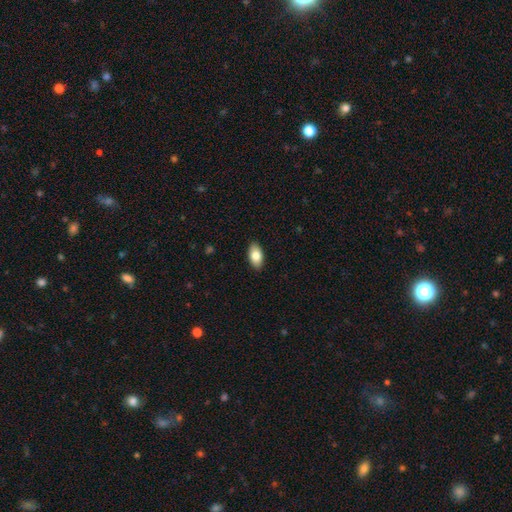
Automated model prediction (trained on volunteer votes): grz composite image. It shows a smooth galaxy with no disk features (82%) that is in between round and cigar-shaped (94%). Merging: none (90%).